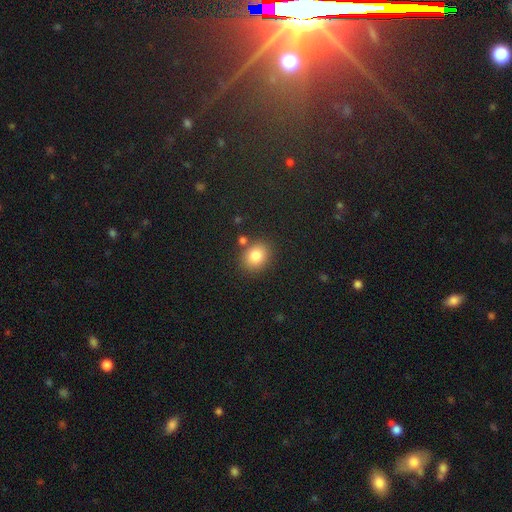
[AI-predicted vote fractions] Overall: smooth (83%). How rounded: round (59%; in between 40%). Merging: none (79%).